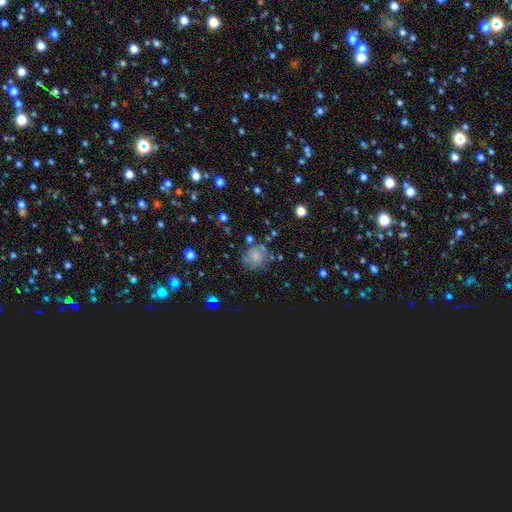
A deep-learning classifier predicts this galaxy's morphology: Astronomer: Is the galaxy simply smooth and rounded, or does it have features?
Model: smooth — 60%.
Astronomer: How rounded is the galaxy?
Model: round — 78%.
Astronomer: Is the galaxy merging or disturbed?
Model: none — 62%.